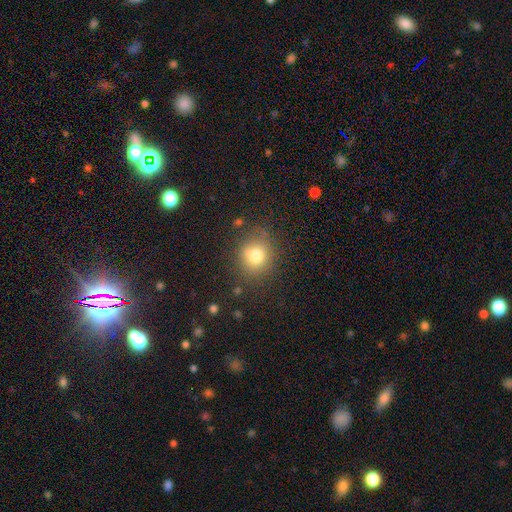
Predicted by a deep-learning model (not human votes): This is likely a smooth galaxy (76%). How rounded: likely round (80%). Merging: likely none (77%).